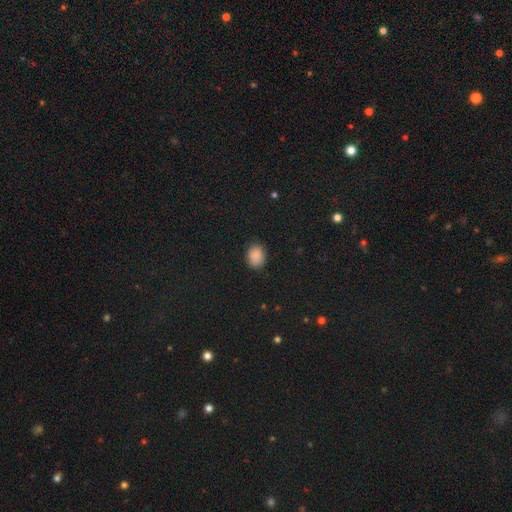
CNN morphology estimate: type=smooth (87%); roundness=in between (60%); merging=none (85%).